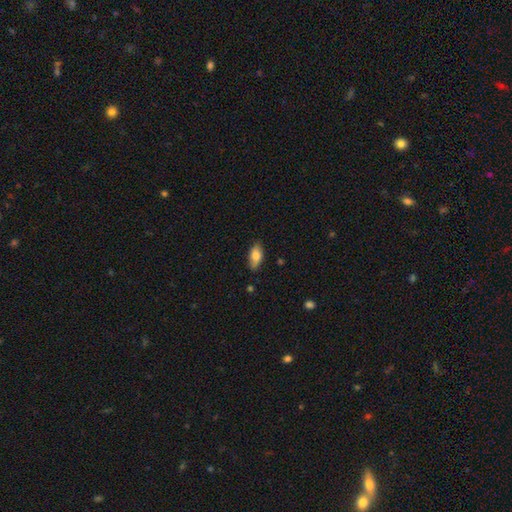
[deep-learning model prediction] Morphology: type=smooth (78%); roundness=in between (88%); merging=none (78%).